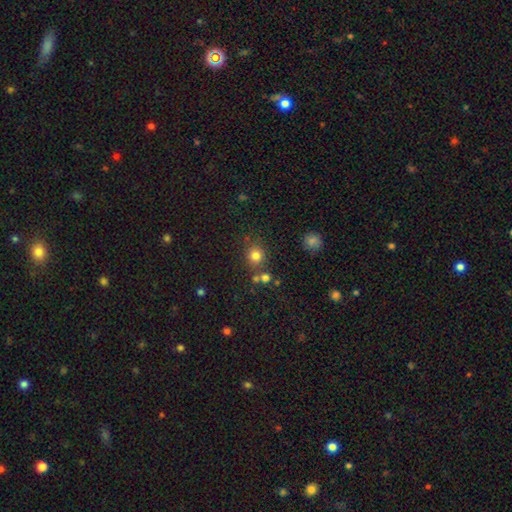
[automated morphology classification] Q: Smooth or featured?
A: smooth (79%); runner-up: star or artifact (15%)
Q: How rounded?
A: round (87%); runner-up: in between (12%)
Q: Merging?
A: none (74%); runner-up: merger (12%)